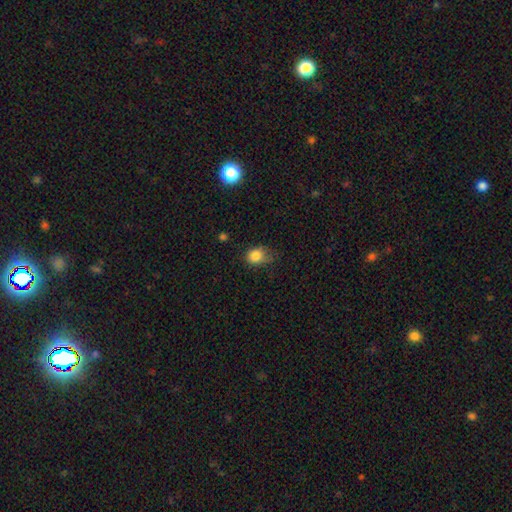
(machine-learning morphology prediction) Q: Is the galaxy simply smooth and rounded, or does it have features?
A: smooth — 84%.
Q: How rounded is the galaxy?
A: in between — 51%.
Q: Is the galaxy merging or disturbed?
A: none — 49%.